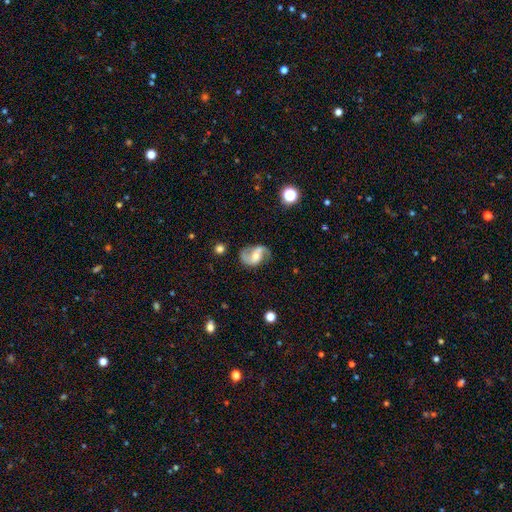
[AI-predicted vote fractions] This is clearly a featured or disk galaxy (83%). It is clearly not viewed edge-on (97%). Bar: marginally weak (42%). Spiral arm pattern: clearly yes (95%). Spiral arm count: clearly 2 (91%). Spiral winding: possibly loose (50%). Central bulge: possibly moderate (58%). Merging: likely none (73%).